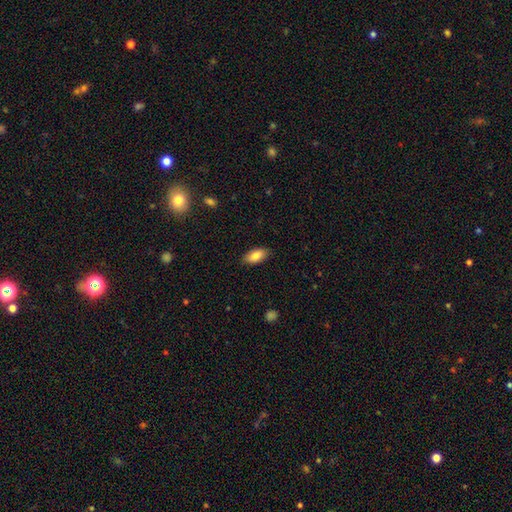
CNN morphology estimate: type=smooth (84%); roundness=in between (90%); merging=none (86%).